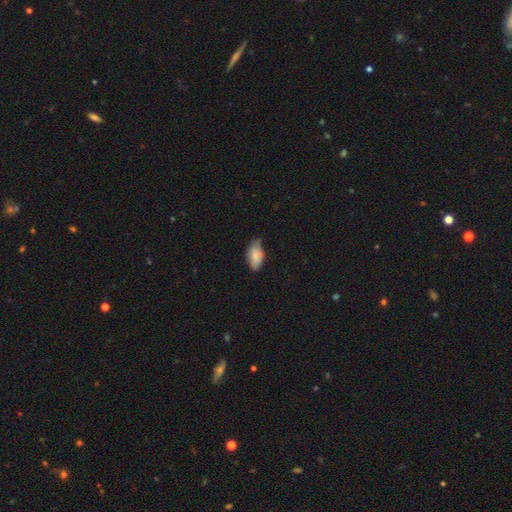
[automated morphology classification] This is clearly a smooth galaxy (83%). How rounded: clearly in between (93%). Merging: possibly none (45%).